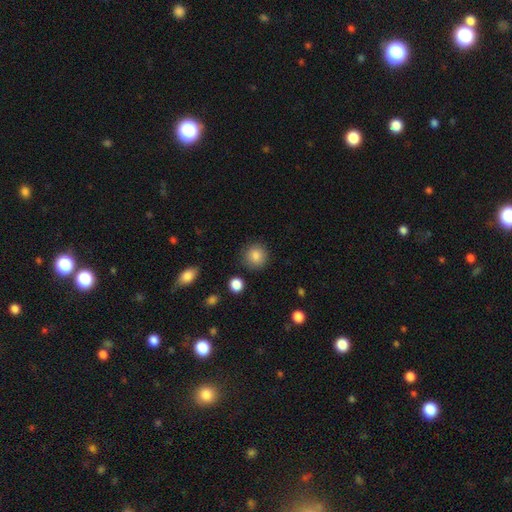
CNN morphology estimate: Smooth or featured?
  - smooth: 86% *
  - star or artifact: 9%
  - featured or disk: 5%
How rounded?
  - round: 91% *
  - in between: 8%
  - cigar-shaped: 1%
Merging?
  - none: 87% *
  - minor disturbance: 9%
  - major disturbance: 3%
  - merger: 2%